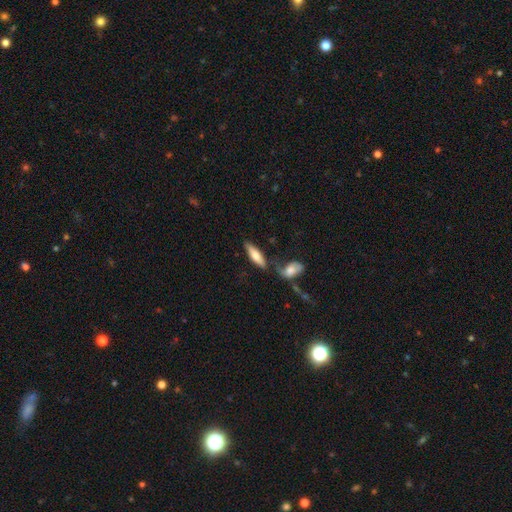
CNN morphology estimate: A smooth galaxy with no disk features (63%) that is cigar-shaped (53%).

Vote fractions:
- Smooth or featured? smooth: 63% / featured or disk: 31% / star or artifact: 6%
- How rounded? cigar-shaped: 53% / in between: 45% / round: 2%
- Merging? none: 56% / merger: 23% / minor disturbance: 15% / major disturbance: 6%